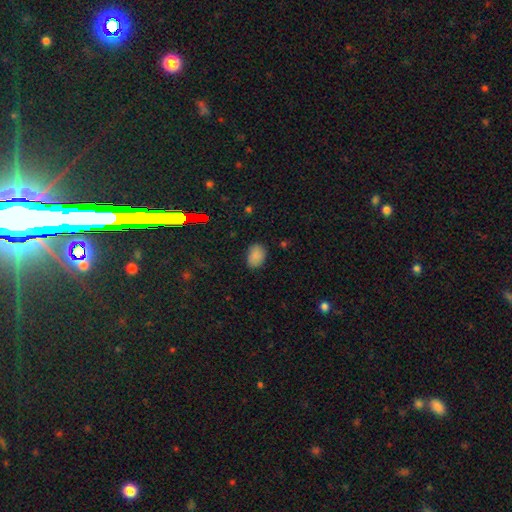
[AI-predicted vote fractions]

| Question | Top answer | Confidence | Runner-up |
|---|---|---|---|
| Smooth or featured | smooth | 83% | star or artifact (12%) |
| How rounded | in between | 81% | round (18%) |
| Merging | none | 80% | minor disturbance (16%) |